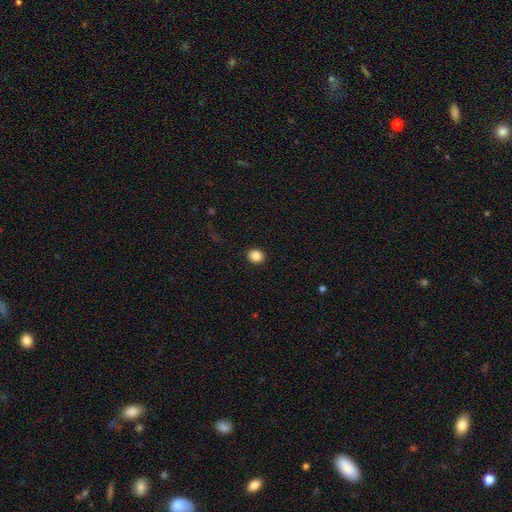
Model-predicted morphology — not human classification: smooth_or_featured: smooth (p=0.86) [alt: star or artifact p=0.10]
how_rounded: round (p=0.64) [alt: in between p=0.35]
merging: none (p=0.91) [alt: minor disturbance p=0.06]